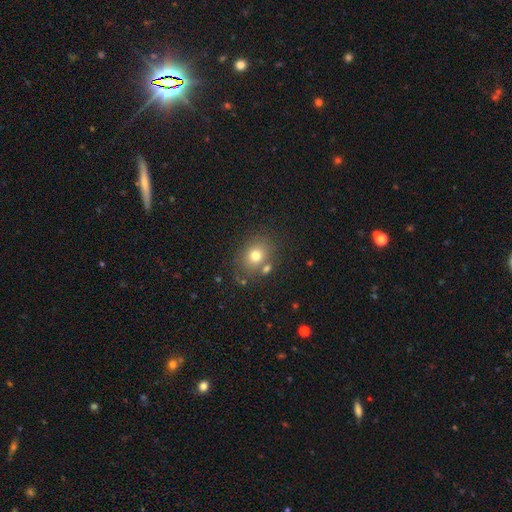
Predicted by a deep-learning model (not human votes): A smooth galaxy with no disk features (74%) that is round (59%).

Vote fractions:
- Smooth or featured? smooth: 74% / star or artifact: 13% / featured or disk: 13%
- How rounded? round: 59% / in between: 40% / cigar-shaped: 1%
- Merging? none: 69% / merger: 14% / minor disturbance: 12% / major disturbance: 5%